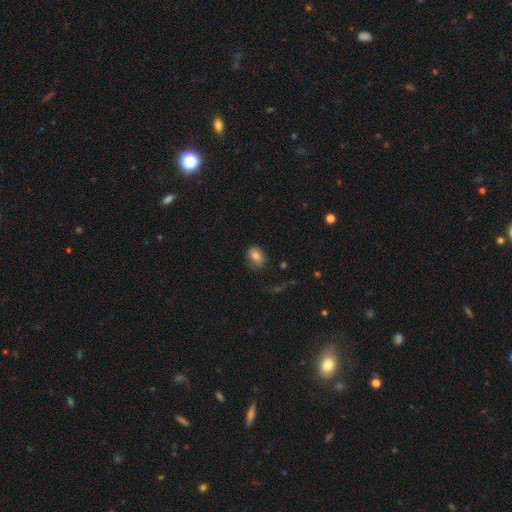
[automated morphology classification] A smooth galaxy with no disk features (79%) that is in between round and cigar-shaped (70%).

Vote fractions:
- Smooth or featured? smooth: 79% / featured or disk: 12% / star or artifact: 9%
- How rounded? in between: 70% / round: 29% / cigar-shaped: 1%
- Merging? none: 71% / minor disturbance: 21% / major disturbance: 7% / merger: 2%